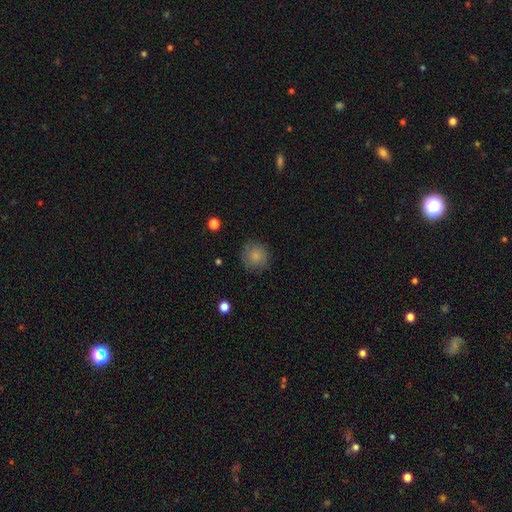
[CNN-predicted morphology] smooth 84%, star or artifact 8%, featured or disk 8%. Down the decision tree: how rounded — round (92%); merging — none (81%).